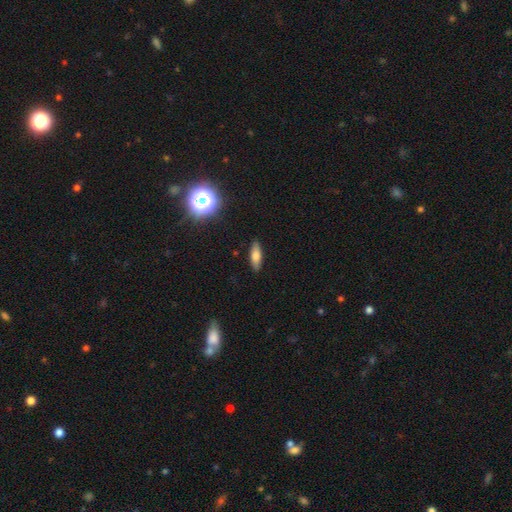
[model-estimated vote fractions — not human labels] A smooth galaxy with no disk features (73%) that is in between round and cigar-shaped (58%).

Vote fractions:
- Smooth or featured? smooth: 73% / featured or disk: 18% / star or artifact: 9%
- How rounded? in between: 58% / cigar-shaped: 39% / round: 3%
- Merging? none: 87% / minor disturbance: 9% / major disturbance: 2% / merger: 1%